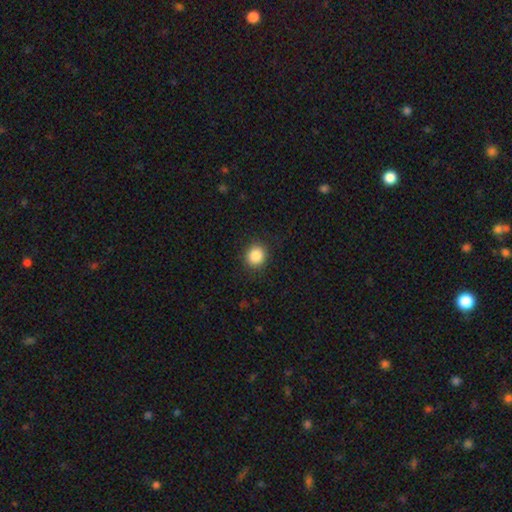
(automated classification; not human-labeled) A smooth galaxy with no disk features (87%) that is round (85%). Merging: none (90%).